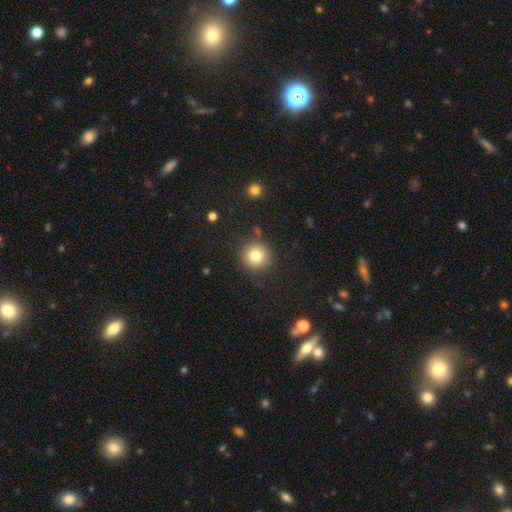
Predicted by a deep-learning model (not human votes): smooth 79%, star or artifact 12%, featured or disk 9%. Down the decision tree: how rounded — round (95%); merging — none (88%).